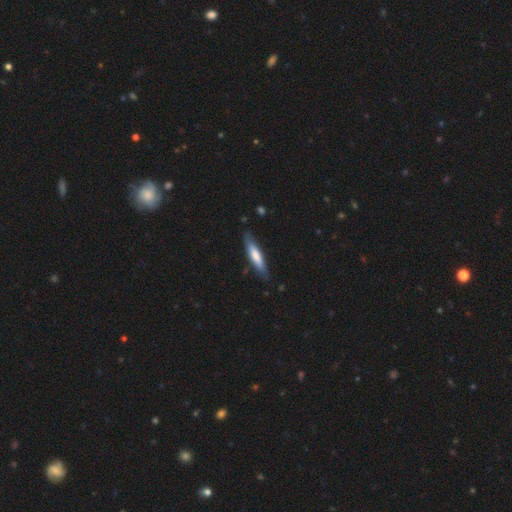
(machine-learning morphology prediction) A smooth galaxy with no disk features (62%) that is cigar-shaped (80%).

Vote fractions:
- Smooth or featured? smooth: 62% / featured or disk: 33% / star or artifact: 5%
- How rounded? cigar-shaped: 80% / in between: 19% / round: 1%
- Merging? none: 82% / minor disturbance: 14% / major disturbance: 2% / merger: 1%